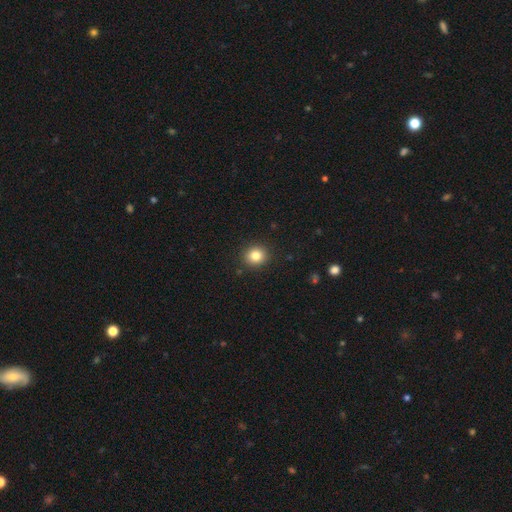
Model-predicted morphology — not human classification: This appears to be a smooth galaxy with no disk features (83%) that is round (84%). Merging: none (91%).